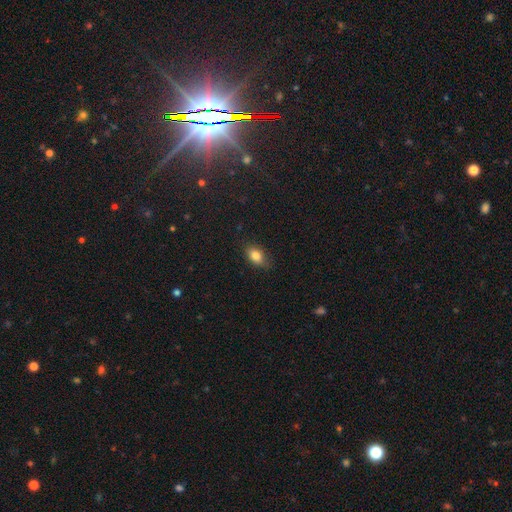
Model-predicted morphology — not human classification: Smooth or featured?
  - smooth: 83% *
  - star or artifact: 9%
  - featured or disk: 8%
How rounded?
  - in between: 84% *
  - round: 13%
  - cigar-shaped: 3%
Merging?
  - none: 80% *
  - minor disturbance: 16%
  - major disturbance: 3%
  - merger: 1%